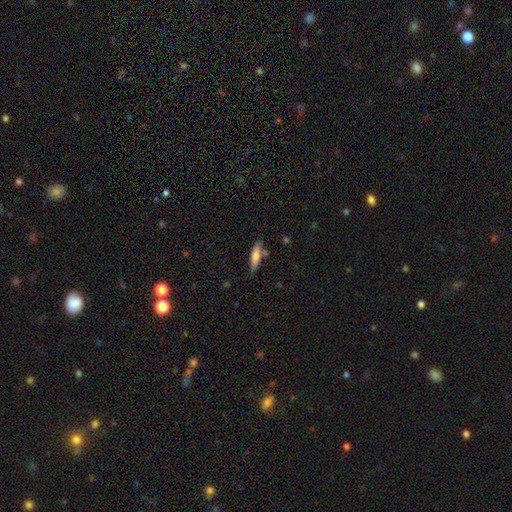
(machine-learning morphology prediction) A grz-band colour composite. It shows a smooth galaxy with no disk features (68%) that is cigar-shaped (68%). Merging: none (75%).